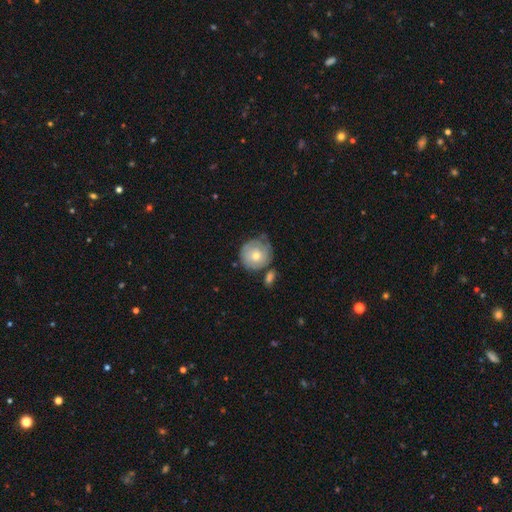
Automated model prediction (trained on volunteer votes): The model was most divided on "smooth or featured": smooth: 55%, featured or disk: 39%, star or artifact: 7%. More confident: how rounded — round (90%); merging — none (57%).